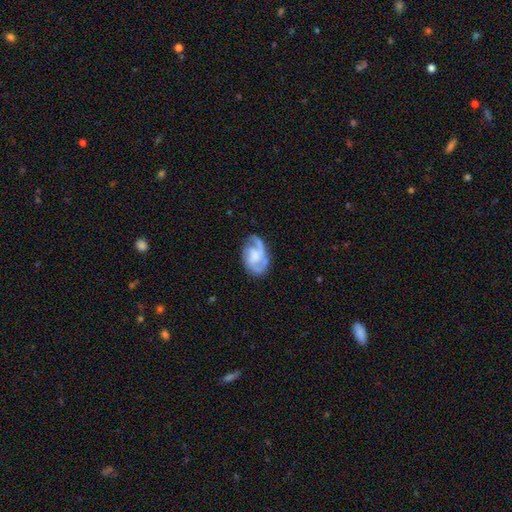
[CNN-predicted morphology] smooth-or-featured: featured or disk: 77% | smooth: 17% | star or artifact: 6%
  disk-edge-on: no: 98% | yes: 2%
    bar: no: 58% | weak: 34% | strong: 8%
    has-spiral-arms: yes: 92% | no: 8%
      spiral-winding: medium: 47% | tight: 31% | loose: 22%
      spiral-arm-count: 2: 43% | 3: 25% | can't tell: 15% | 1: 9% | 4: 4% | more than 4: 3%
    bulge-size: none: 36% | moderate: 25% | small: 23% | large: 13% | dominant: 2%
  merging: none: 62% | minor disturbance: 22% | major disturbance: 13% | merger: 2%